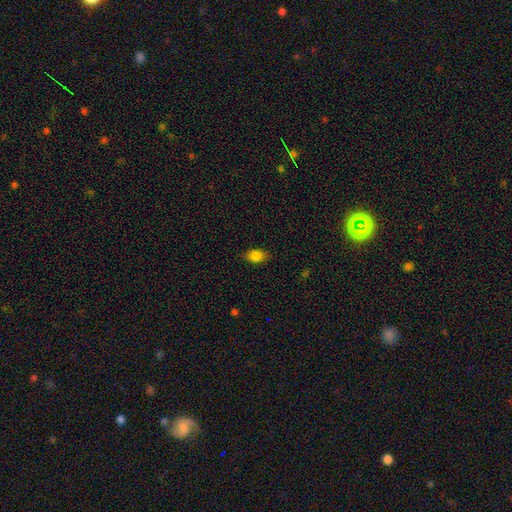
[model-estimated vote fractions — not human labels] smooth 82%, star or artifact 10%, featured or disk 8%. Down the decision tree: how rounded — in between (81%); merging — none (82%).